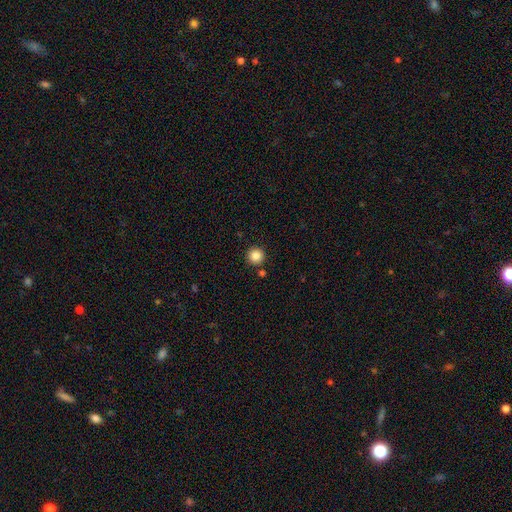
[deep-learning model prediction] Overall: smooth (85%). How rounded: round (96%). Merging: none (89%).